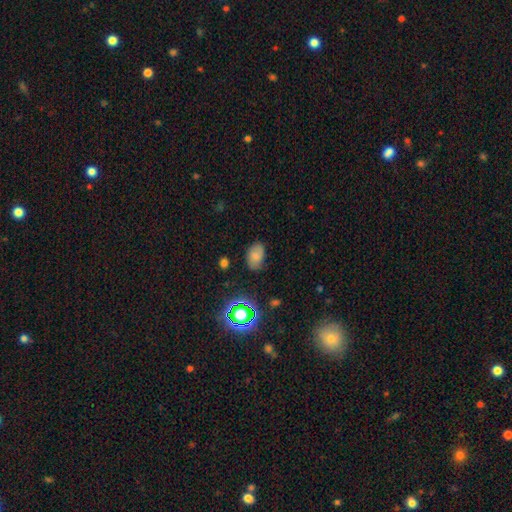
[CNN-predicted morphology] A smooth galaxy with no disk features (73%) that is in between round and cigar-shaped (86%). Merging: none (73%).